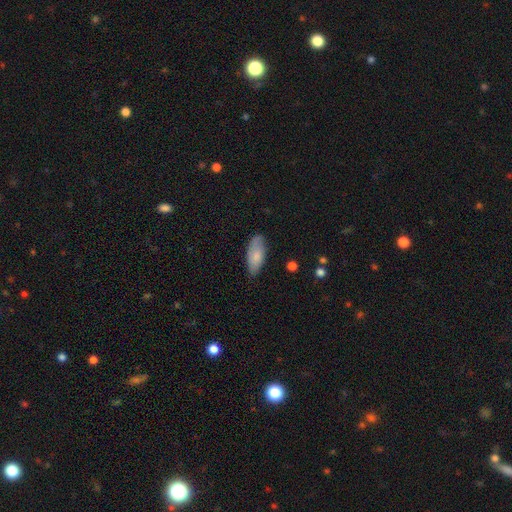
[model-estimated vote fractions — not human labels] smooth-or-featured: smooth: 79% | featured or disk: 15% | star or artifact: 6%
  how-rounded: in between: 84% | cigar-shaped: 14% | round: 2%
  merging: none: 74% | minor disturbance: 21% | major disturbance: 3% | merger: 1%